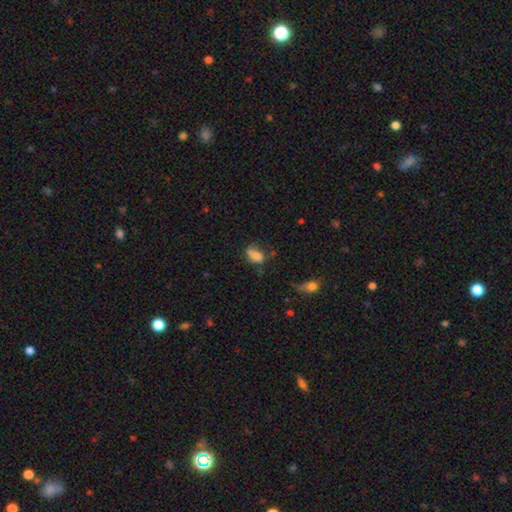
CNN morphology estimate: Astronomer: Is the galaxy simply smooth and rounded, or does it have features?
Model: smooth — 71%.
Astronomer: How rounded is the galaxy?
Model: in between — 78%.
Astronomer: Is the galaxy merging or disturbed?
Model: none — 31%, tied with merger at 31%.